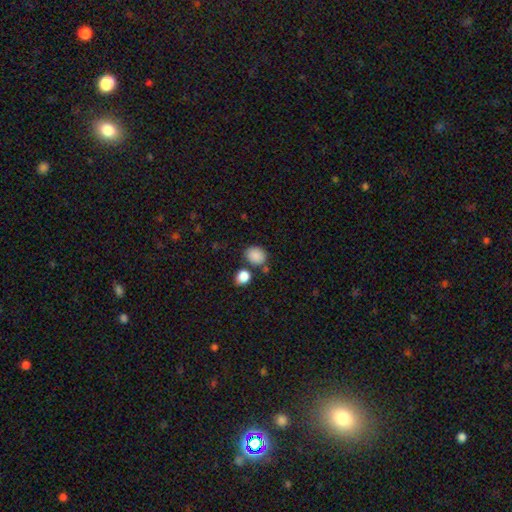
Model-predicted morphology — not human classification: This is clearly a smooth galaxy (87%). How rounded: possibly in between (52%). Merging: likely none (72%).